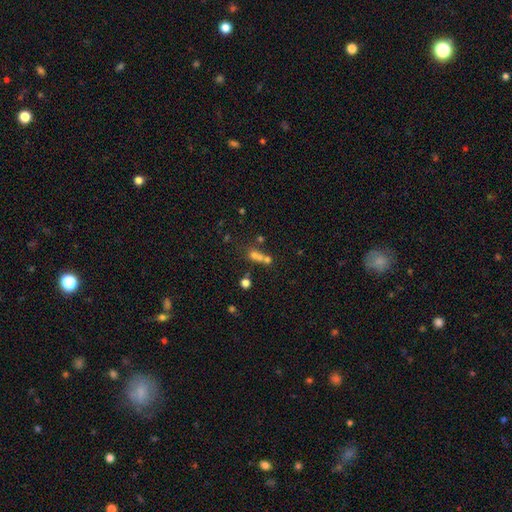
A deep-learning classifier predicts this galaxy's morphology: Smooth or featured? Predicted: smooth (p=0.56). How rounded? Predicted: round (p=0.73). Merging? Predicted: merger (p=0.53).